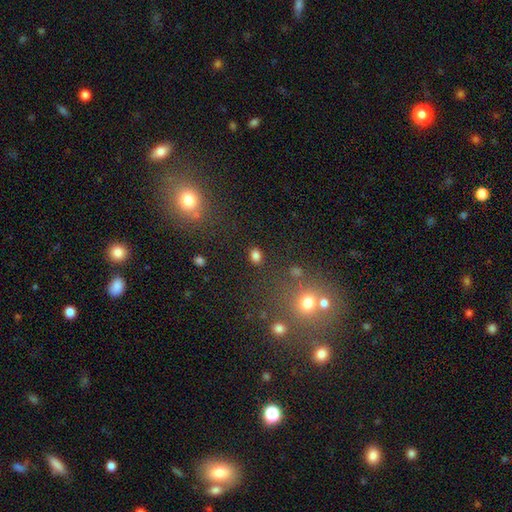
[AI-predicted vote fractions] The model was most divided on "how rounded": in between: 65%, round: 34%, cigar-shaped: 1%. More confident: merging — none (84%); smooth or featured — smooth (80%).